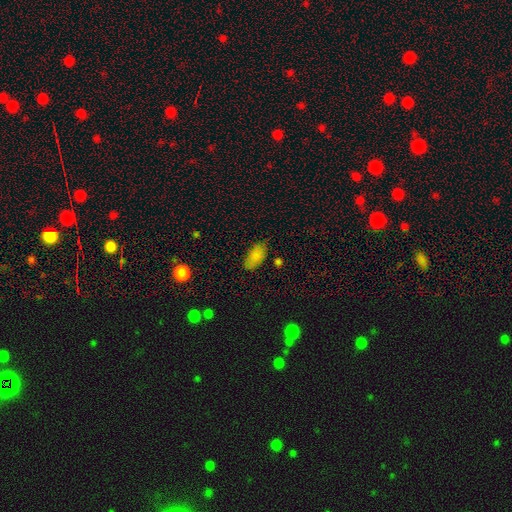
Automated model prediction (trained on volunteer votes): smooth-or-featured: smooth: 84% | star or artifact: 10% | featured or disk: 7%
  how-rounded: in between: 92% | cigar-shaped: 5% | round: 3%
  merging: none: 76% | minor disturbance: 17% | major disturbance: 4% | merger: 2%